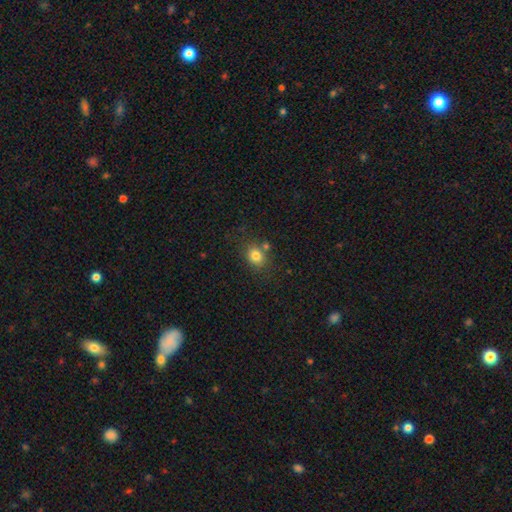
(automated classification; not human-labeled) Overall: smooth (80%). How rounded: round (58%; in between 41%). Merging: none (69%).